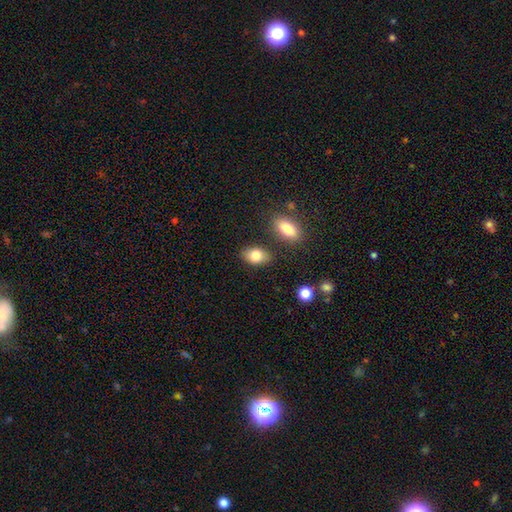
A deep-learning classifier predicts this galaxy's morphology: Smooth or featured? Predicted: smooth (p=0.81). How rounded? Predicted: in between (p=0.85). Merging? Predicted: none (p=0.80).